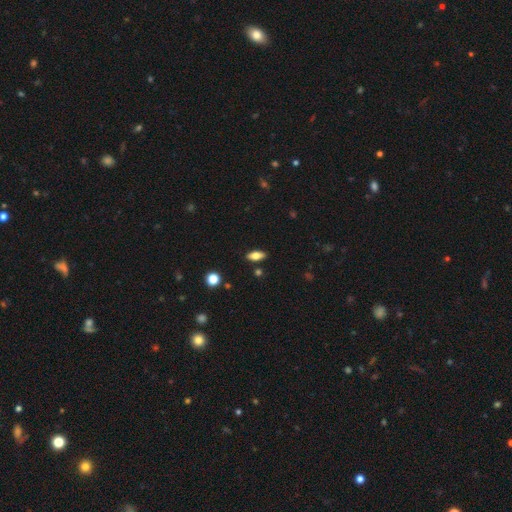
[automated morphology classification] The model was most divided on "smooth or featured": smooth: 70%, featured or disk: 22%, star or artifact: 8%. More confident: merging — none (86%); how rounded — in between (80%).